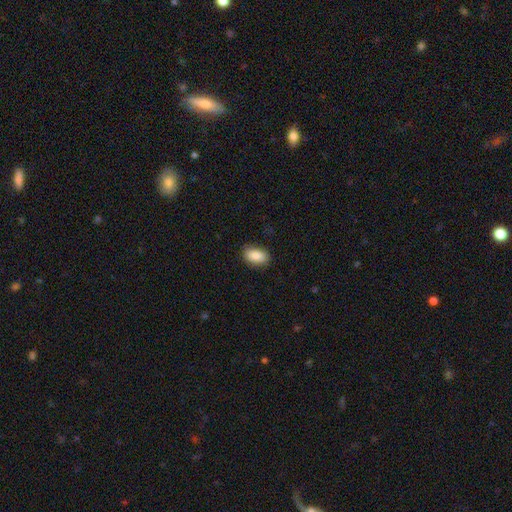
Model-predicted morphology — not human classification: smooth_or_featured: smooth (p=0.88) [alt: star or artifact p=0.07]
how_rounded: in between (p=0.92) [alt: round p=0.06]
merging: none (p=0.85) [alt: minor disturbance p=0.11]